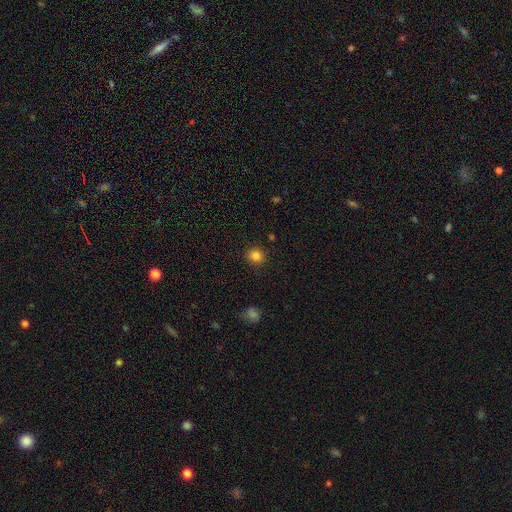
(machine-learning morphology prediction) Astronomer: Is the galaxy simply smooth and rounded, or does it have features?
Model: smooth — 83%.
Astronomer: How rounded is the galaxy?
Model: round — 90%.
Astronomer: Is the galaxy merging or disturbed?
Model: none — 91%.